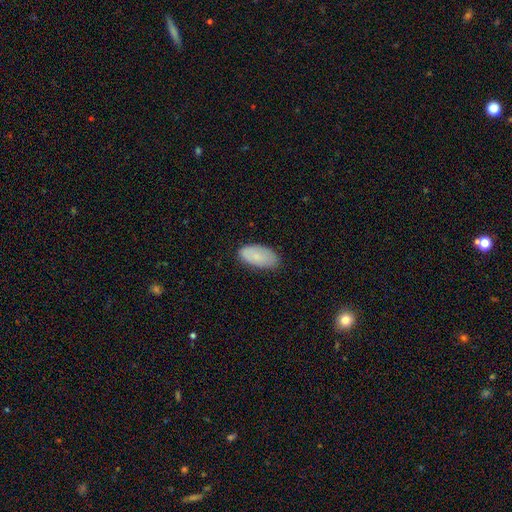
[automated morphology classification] Smooth or featured? smooth (82%)
How rounded? in between (94%)
Merging? none (79%)